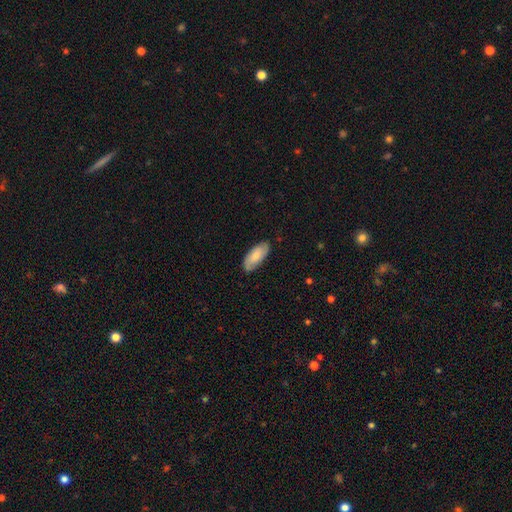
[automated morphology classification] This is likely a smooth galaxy (62%). How rounded: clearly in between (87%). Merging: clearly none (82%).